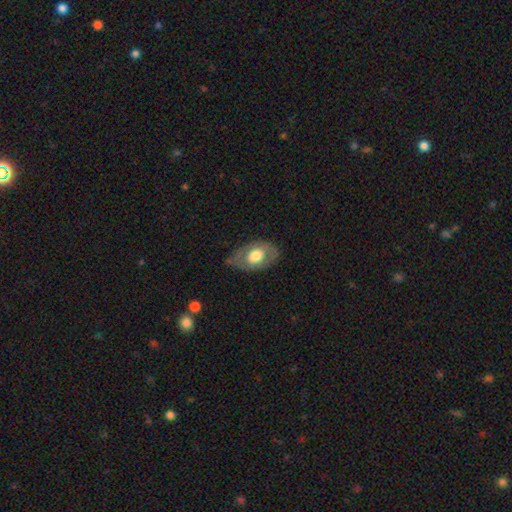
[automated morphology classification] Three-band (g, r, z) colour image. It shows a smooth galaxy with no disk features (51%) that is in between round and cigar-shaped (87%). Merging: none (66%).